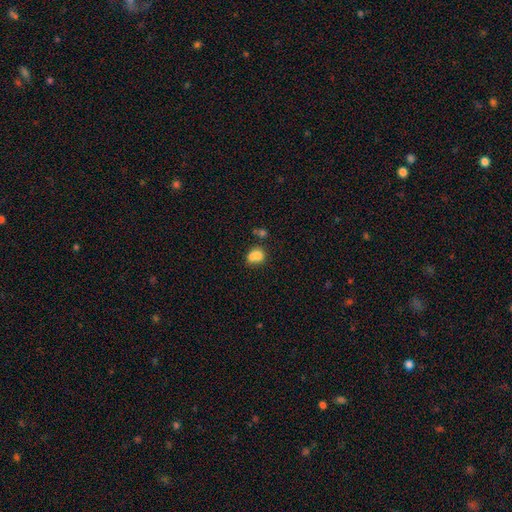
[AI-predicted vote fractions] smooth 75%, featured or disk 15%, star or artifact 11%. Down the decision tree: how rounded — round (52%); merging — merger (51%).